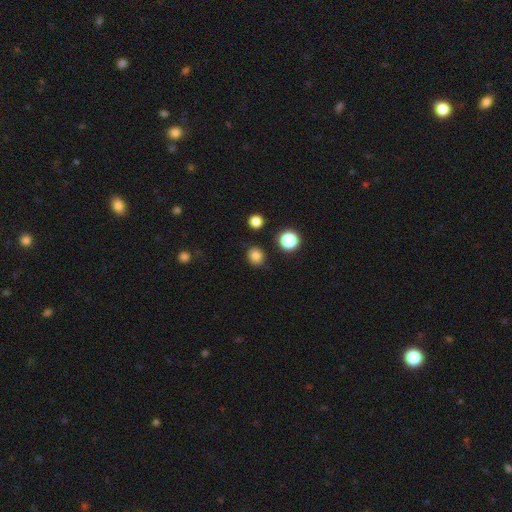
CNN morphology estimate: Smooth or featured? smooth (81%)
How rounded? round (79%)
Merging? none (86%)